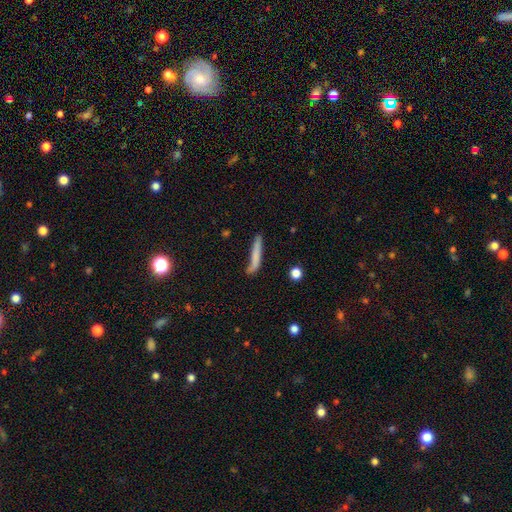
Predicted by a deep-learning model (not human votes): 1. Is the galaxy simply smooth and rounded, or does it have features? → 72% smooth, 21% featured or disk, 7% star or artifact.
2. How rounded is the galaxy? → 93% cigar-shaped, 5% in between, 2% round.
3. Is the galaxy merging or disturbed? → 63% none, 25% minor disturbance, 8% major disturbance, 5% merger.